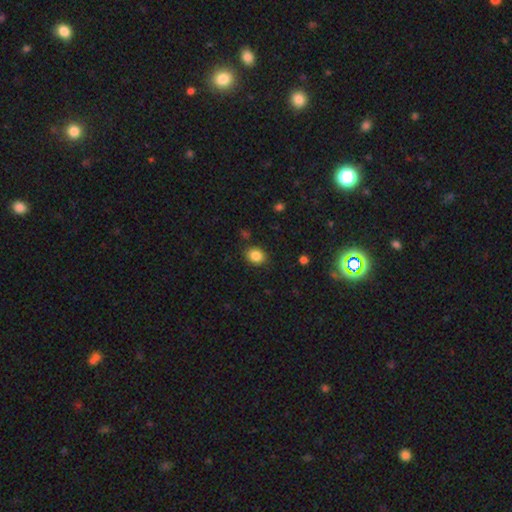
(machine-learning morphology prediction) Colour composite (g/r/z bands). It shows a smooth galaxy with no disk features (85%) that is round (55%). Merging: none (85%).